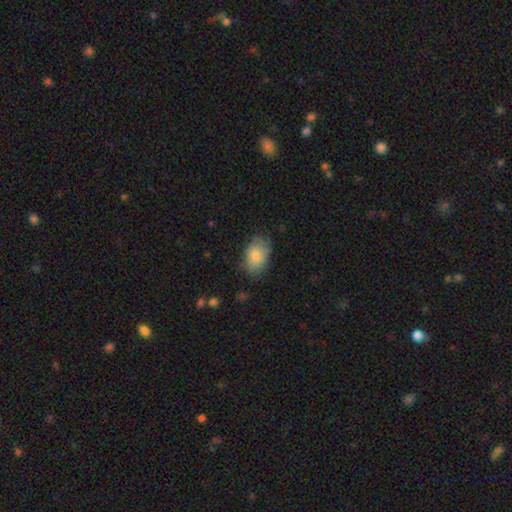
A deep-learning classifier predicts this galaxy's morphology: smooth_or_featured: smooth (p=0.82) [alt: featured or disk p=0.12]
how_rounded: in between (p=0.88) [alt: round p=0.11]
merging: none (p=0.69) [alt: minor disturbance p=0.23]